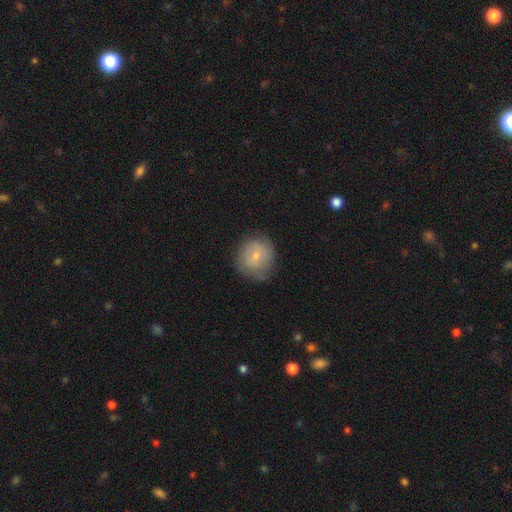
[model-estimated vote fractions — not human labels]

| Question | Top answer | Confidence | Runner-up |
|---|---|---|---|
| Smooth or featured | smooth | 64% | featured or disk (28%) |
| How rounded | round | 80% | in between (19%) |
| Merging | none | 69% | minor disturbance (23%) |